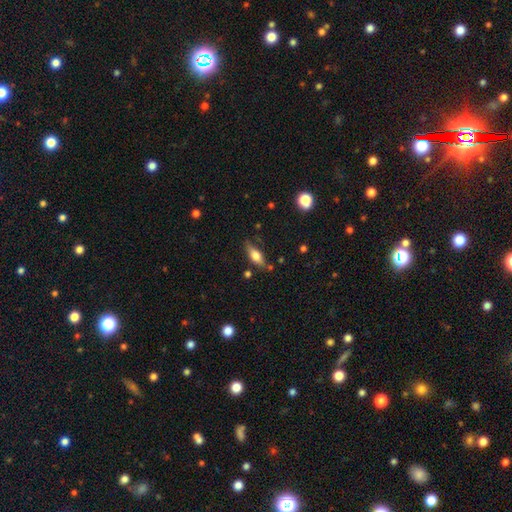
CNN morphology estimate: Smooth or featured? smooth (59%)
How rounded? in between (67%)
Merging? none (73%)